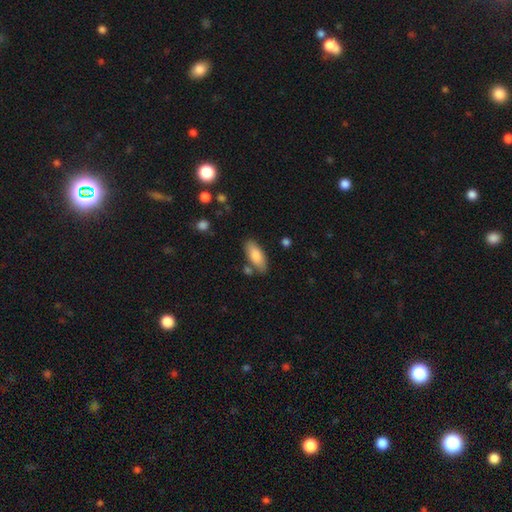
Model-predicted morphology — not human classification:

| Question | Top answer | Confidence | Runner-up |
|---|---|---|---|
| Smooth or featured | smooth | 83% | featured or disk (11%) |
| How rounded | in between | 80% | cigar-shaped (18%) |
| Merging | none | 77% | minor disturbance (13%) |